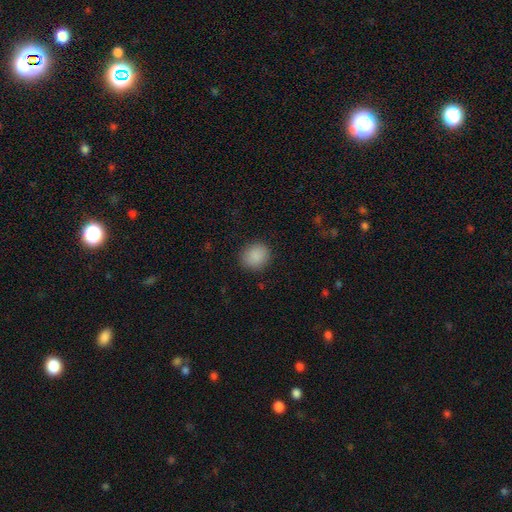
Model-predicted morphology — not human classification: smooth-or-featured: smooth: 89% | star or artifact: 8% | featured or disk: 3%
  how-rounded: round: 75% | in between: 24% | cigar-shaped: 1%
  merging: none: 88% | minor disturbance: 9% | major disturbance: 3% | merger: 1%